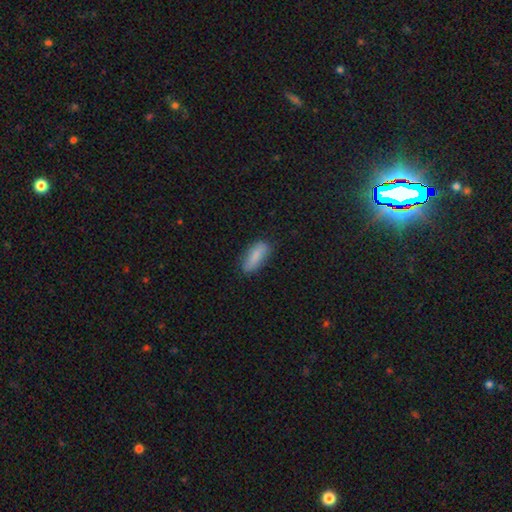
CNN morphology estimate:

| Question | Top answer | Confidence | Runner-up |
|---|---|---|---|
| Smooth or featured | smooth | 84% | featured or disk (10%) |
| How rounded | in between | 69% | cigar-shaped (29%) |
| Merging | none | 79% | minor disturbance (17%) |